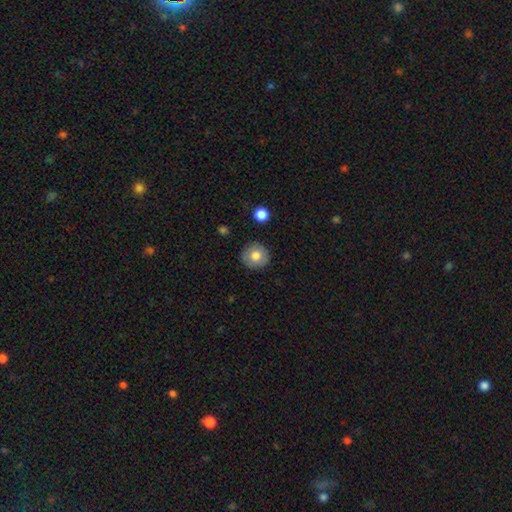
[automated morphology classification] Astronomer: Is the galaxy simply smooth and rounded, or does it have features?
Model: smooth — 77%.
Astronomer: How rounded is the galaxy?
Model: round — 90%.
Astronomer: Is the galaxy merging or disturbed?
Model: none — 87%.